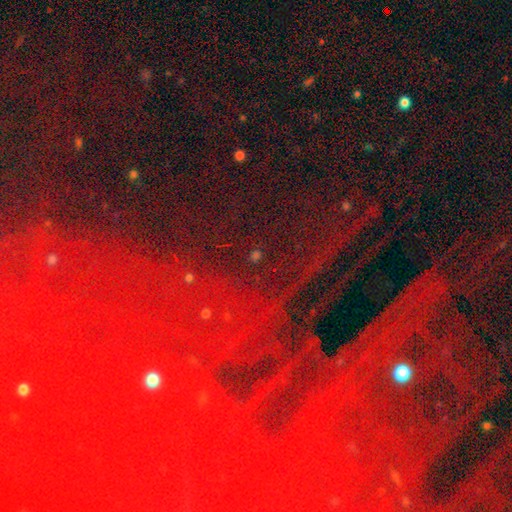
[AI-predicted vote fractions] Q: Smooth or featured?
A: star or artifact (74%); runner-up: smooth (16%)